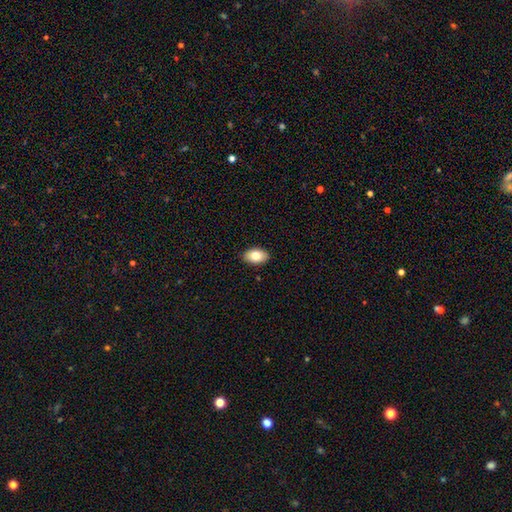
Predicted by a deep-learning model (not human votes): A smooth galaxy with no disk features (79%) that is in between round and cigar-shaped (92%).

Vote fractions:
- Smooth or featured? smooth: 79% / featured or disk: 14% / star or artifact: 7%
- How rounded? in between: 92% / round: 7% / cigar-shaped: 1%
- Merging? none: 90% / minor disturbance: 7% / major disturbance: 2% / merger: 1%